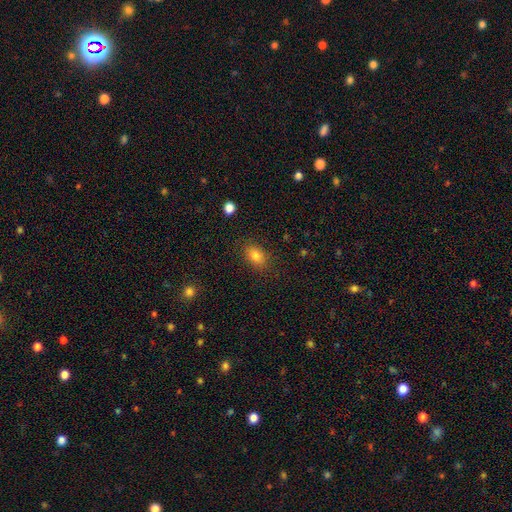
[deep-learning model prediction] Morphology: type=smooth (82%); roundness=in between (79%); merging=none (85%).